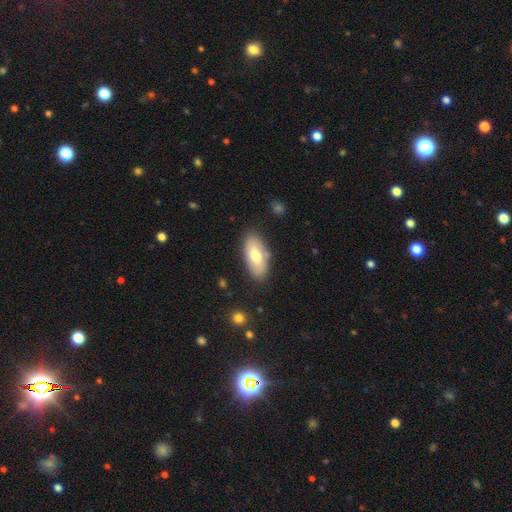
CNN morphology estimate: type=smooth (67%); roundness=in between (92%); merging=none (82%).